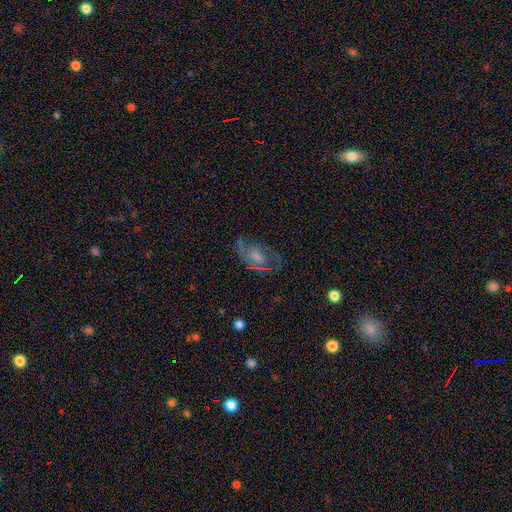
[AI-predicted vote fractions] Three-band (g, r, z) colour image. It shows a featured or disk galaxy (71%) with no bar (46%), 2 (61%) medium (49%) spiral arms (86%) and a small central bulge (37%). Merging: none (64%).